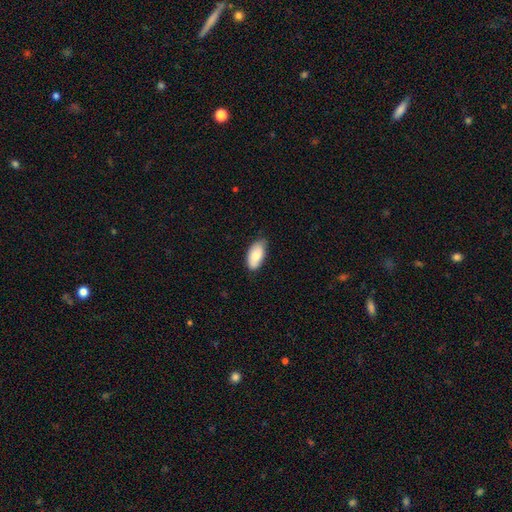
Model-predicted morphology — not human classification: smooth-or-featured: smooth: 83% | featured or disk: 11% | star or artifact: 6%
  how-rounded: in between: 94% | cigar-shaped: 4% | round: 2%
  merging: none: 70% | minor disturbance: 26% | major disturbance: 3% | merger: 1%